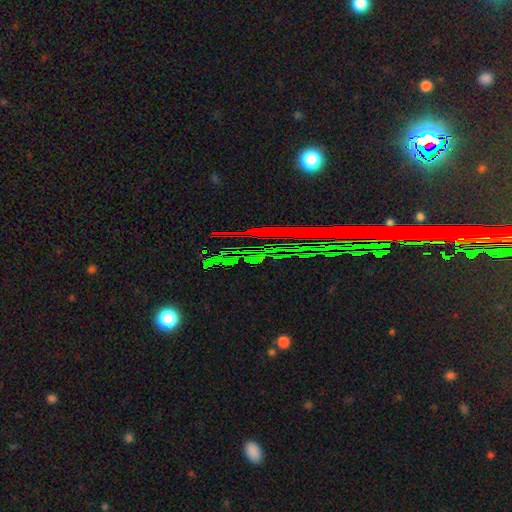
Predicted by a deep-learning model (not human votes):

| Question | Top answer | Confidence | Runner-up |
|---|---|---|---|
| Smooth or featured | star or artifact | 74% | featured or disk (14%) |